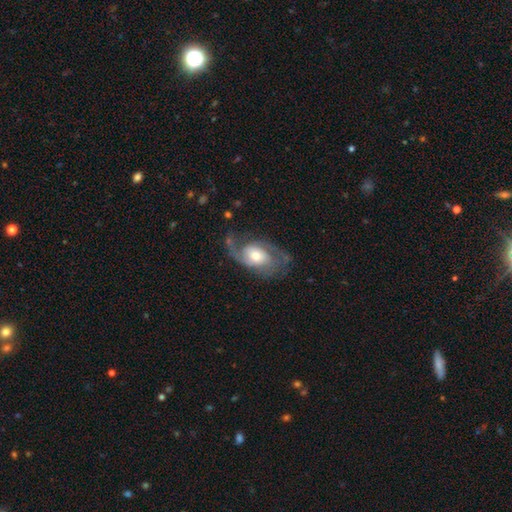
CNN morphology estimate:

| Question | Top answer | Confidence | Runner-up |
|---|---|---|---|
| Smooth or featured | featured or disk | 76% | smooth (18%) |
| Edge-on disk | no | 96% | yes (4%) |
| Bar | no | 65% | weak (28%) |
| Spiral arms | yes | 90% | no (10%) |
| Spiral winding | medium | 44% | loose (36%) |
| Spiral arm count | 2 | 71% | 1 (12%) |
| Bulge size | moderate | 58% | small (22%) |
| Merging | none | 54% | major disturbance (22%) |